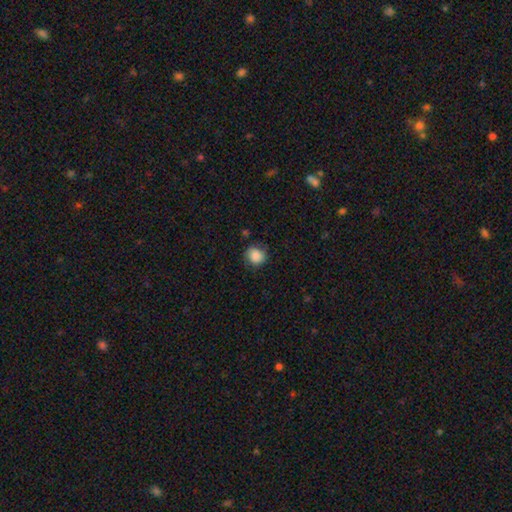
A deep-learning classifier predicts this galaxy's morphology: A smooth galaxy with no disk features (86%) that is round (76%).

Vote fractions:
- Smooth or featured? smooth: 86% / star or artifact: 8% / featured or disk: 6%
- How rounded? round: 76% / in between: 23% / cigar-shaped: 1%
- Merging? none: 76% / minor disturbance: 18% / major disturbance: 4% / merger: 2%